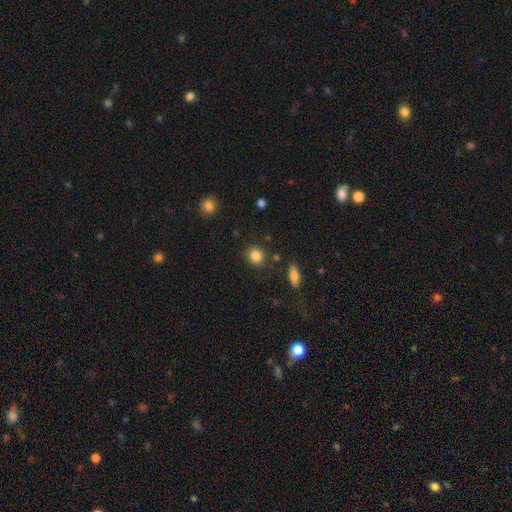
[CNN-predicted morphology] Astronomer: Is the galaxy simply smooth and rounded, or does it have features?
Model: smooth — 85%.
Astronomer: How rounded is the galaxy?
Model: round — 81%.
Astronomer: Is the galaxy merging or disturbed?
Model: none — 86%.